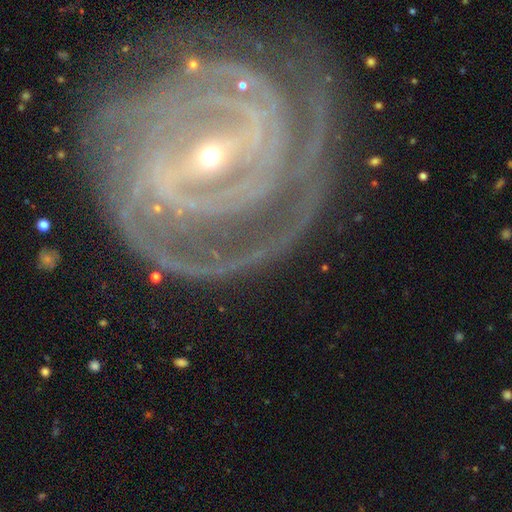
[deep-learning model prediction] The model was most divided on "spiral arm count": 2: 29%, 3: 20%, can't tell: 18%, 4: 15%, more than 4: 10%, 1: 8%. More confident: spiral arms — yes (97%); edge-on disk — no (96%); smooth or featured — featured or disk (89%); merging — none (76%); spiral winding — tight (73%); bulge size — small (68%); bar — strong (60%).